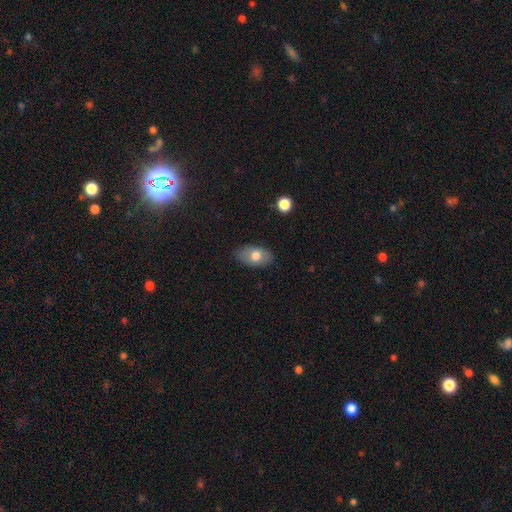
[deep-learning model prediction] Smooth or featured? Predicted: smooth (p=0.71). How rounded? Predicted: in between (p=0.91). Merging? Predicted: none (p=0.82).